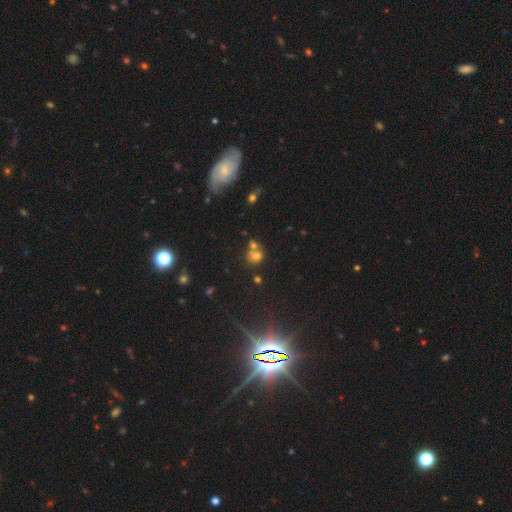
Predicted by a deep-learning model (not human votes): smooth-or-featured: smooth: 65% | star or artifact: 21% | featured or disk: 15%
  how-rounded: round: 67% | in between: 32% | cigar-shaped: 1%
  merging: merger: 47% | none: 39% | minor disturbance: 9% | major disturbance: 5%